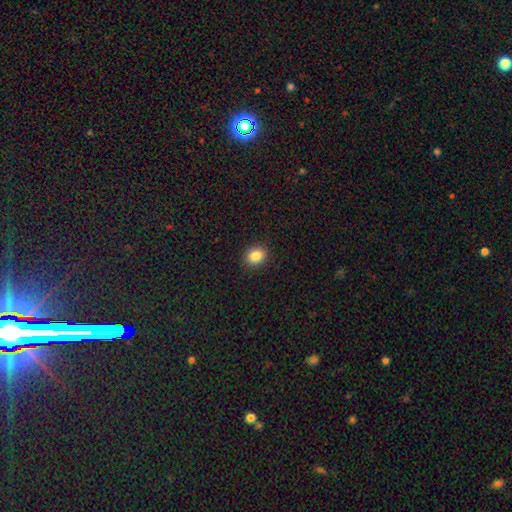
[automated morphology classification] Smooth or featured?
  - smooth: 85% *
  - star or artifact: 10%
  - featured or disk: 5%
How rounded?
  - round: 57% *
  - in between: 42%
  - cigar-shaped: 1%
Merging?
  - none: 91% *
  - minor disturbance: 6%
  - major disturbance: 2%
  - merger: 1%